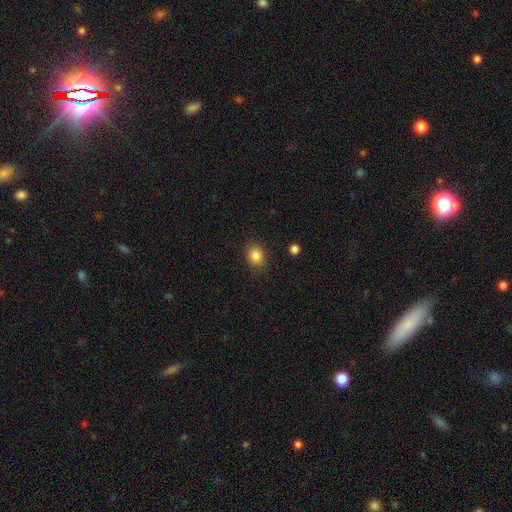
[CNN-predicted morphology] smooth 85%, star or artifact 10%, featured or disk 5%. Down the decision tree: how rounded — round (55%); merging — none (86%).